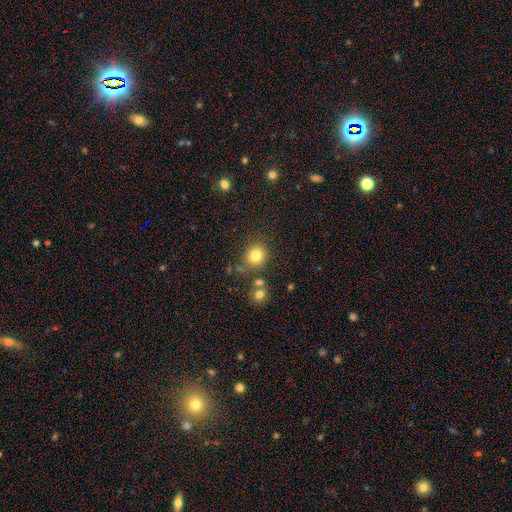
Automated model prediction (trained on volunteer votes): smooth 80%, star or artifact 13%, featured or disk 7%. Down the decision tree: how rounded — round (82%); merging — none (73%).